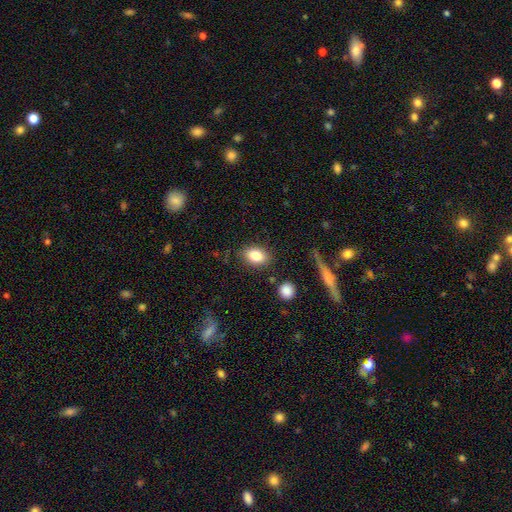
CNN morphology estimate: The model was most divided on "how rounded": in between: 80%, round: 18%, cigar-shaped: 2%. More confident: smooth or featured — smooth (83%); merging — none (82%).